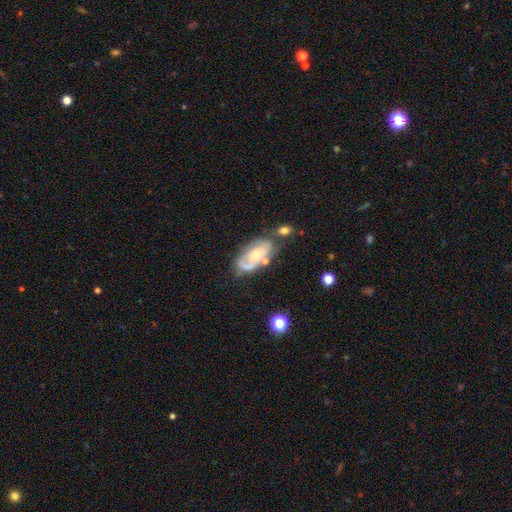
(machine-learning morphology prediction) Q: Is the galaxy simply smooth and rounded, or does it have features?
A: featured or disk — 64%.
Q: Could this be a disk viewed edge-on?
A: no — 93%.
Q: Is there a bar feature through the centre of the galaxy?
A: no — 69%.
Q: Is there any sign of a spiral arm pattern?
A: yes — 72%.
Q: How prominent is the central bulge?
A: small — 53%.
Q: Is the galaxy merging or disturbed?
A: none — 49%.